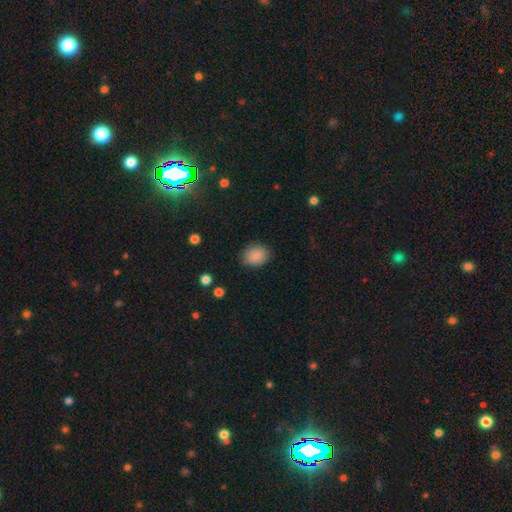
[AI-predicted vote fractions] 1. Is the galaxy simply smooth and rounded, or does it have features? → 88% smooth, 8% star or artifact, 4% featured or disk.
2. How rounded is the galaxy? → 62% round, 37% in between, 1% cigar-shaped.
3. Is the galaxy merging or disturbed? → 82% none, 13% minor disturbance, 3% major disturbance, 1% merger.